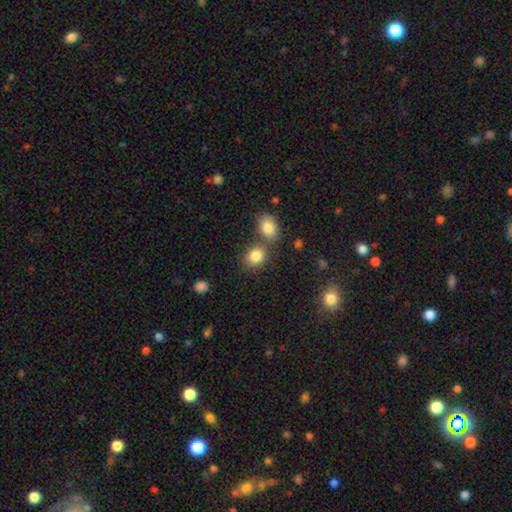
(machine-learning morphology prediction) Smooth or featured? Predicted: smooth (p=0.84). How rounded? Predicted: round (p=0.54). Merging? Predicted: none (p=0.56).